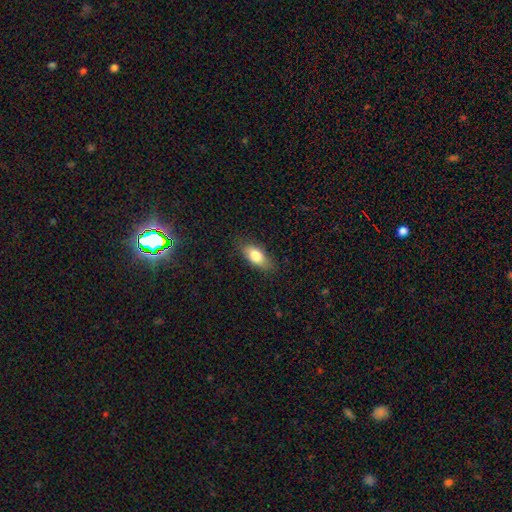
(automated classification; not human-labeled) A smooth galaxy with no disk features (79%) that is in between round and cigar-shaped (83%). Merging: none (82%).